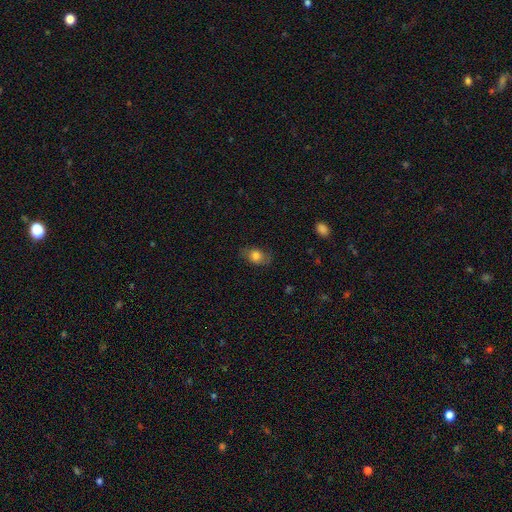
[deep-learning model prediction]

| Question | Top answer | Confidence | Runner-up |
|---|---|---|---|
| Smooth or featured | smooth | 77% | featured or disk (13%) |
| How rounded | in between | 73% | round (25%) |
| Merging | none | 76% | minor disturbance (18%) |